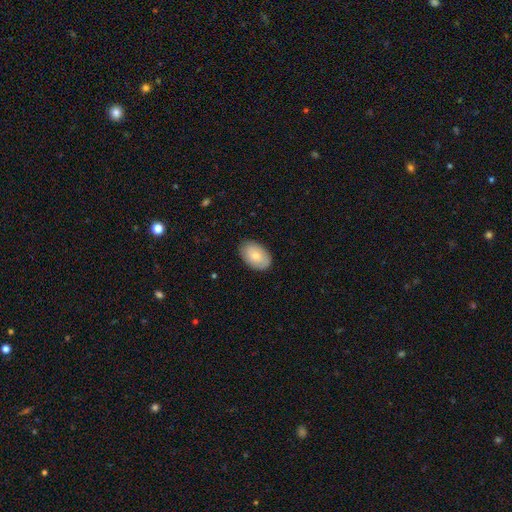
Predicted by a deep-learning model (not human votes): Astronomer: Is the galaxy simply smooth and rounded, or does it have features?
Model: smooth — 75%.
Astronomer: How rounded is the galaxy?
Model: in between — 90%.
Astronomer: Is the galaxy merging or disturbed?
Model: none — 84%.